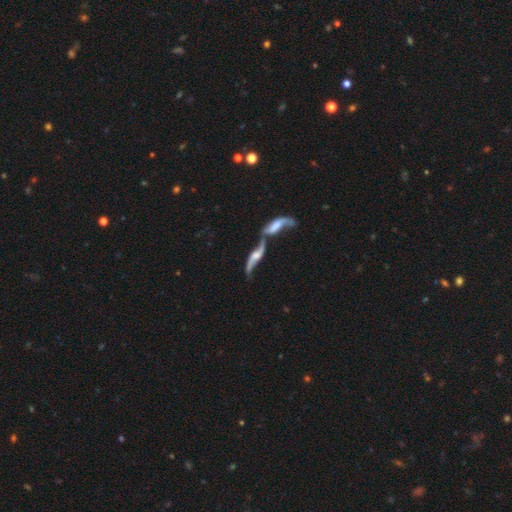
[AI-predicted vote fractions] Smooth or featured?
  - featured or disk: 81% *
  - smooth: 13%
  - star or artifact: 6%
Edge-on disk?
  - no: 71% *
  - yes: 29%
Bar?
  - no: 51% *
  - weak: 34%
  - strong: 15%
Spiral arms?
  - yes: 91% *
  - no: 9%
Spiral winding?
  - loose: 87% *
  - medium: 9%
  - tight: 3%
Spiral arm count?
  - 2: 89% *
  - 1: 4%
  - can't tell: 4%
  - 3: 1%
  - 4: 1%
  - more than 4: 1%
Bulge size?
  - moderate: 42% *
  - small: 28%
  - large: 14%
  - none: 13%
  - dominant: 3%
Merging?
  - merger: 63% *
  - none: 21%
  - minor disturbance: 9%
  - major disturbance: 7%